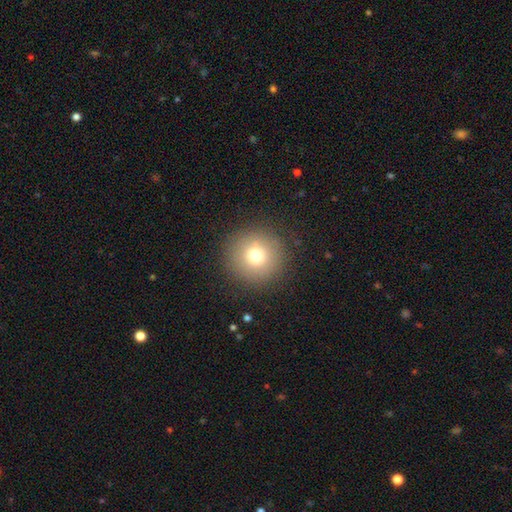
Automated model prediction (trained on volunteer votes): Smooth or featured? Predicted: smooth (p=0.74). How rounded? Predicted: round (p=0.96). Merging? Predicted: none (p=0.89).